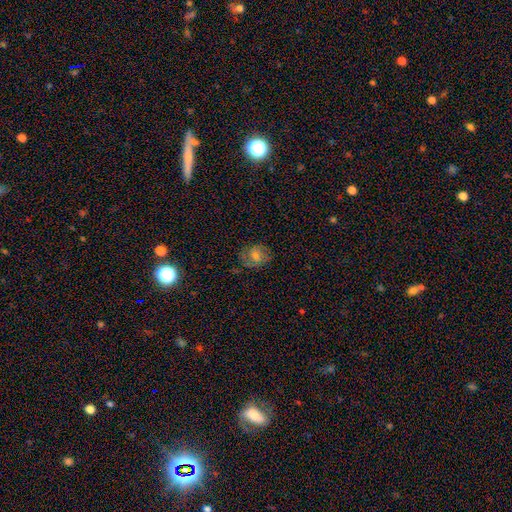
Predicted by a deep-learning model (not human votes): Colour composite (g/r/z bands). It shows a featured or disk galaxy (42%, tied with smooth). Merging: none (73%).